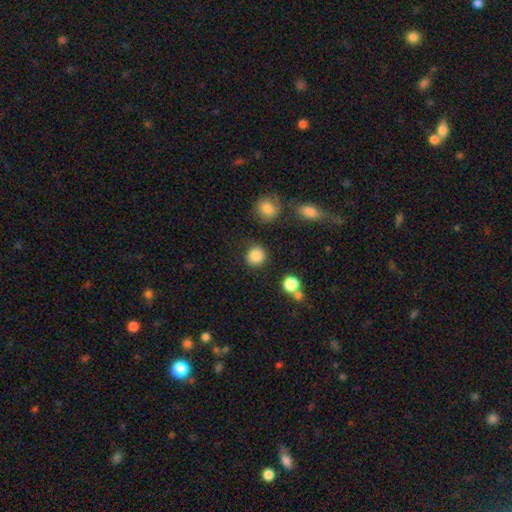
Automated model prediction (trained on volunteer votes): The model was most divided on "smooth or featured": smooth: 85%, star or artifact: 10%, featured or disk: 5%. More confident: how rounded — round (90%); merging — none (85%).